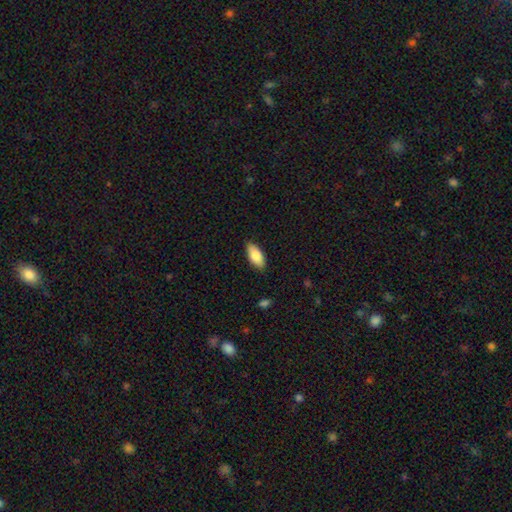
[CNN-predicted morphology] Smooth or featured?
  - smooth: 83% *
  - featured or disk: 11%
  - star or artifact: 6%
How rounded?
  - in between: 88% *
  - cigar-shaped: 10%
  - round: 2%
Merging?
  - none: 87% *
  - minor disturbance: 10%
  - major disturbance: 2%
  - merger: 1%